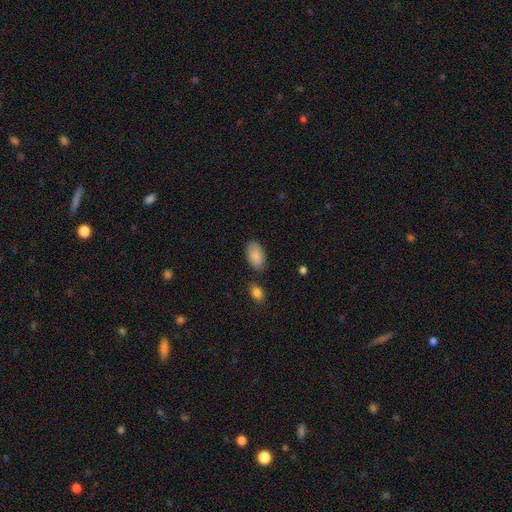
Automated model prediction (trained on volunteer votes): This appears to be a smooth galaxy with no disk features (87%) that is in between round and cigar-shaped (94%). Merging: none (78%).